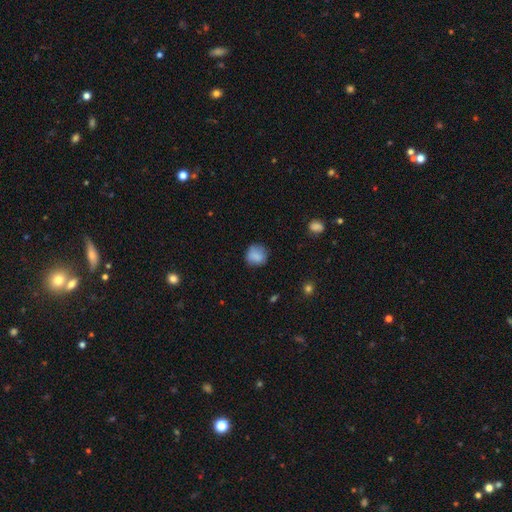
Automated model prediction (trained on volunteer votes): smooth_or_featured: smooth (p=0.83) [alt: star or artifact p=0.09]
how_rounded: round (p=0.81) [alt: in between p=0.18]
merging: none (p=0.76) [alt: minor disturbance p=0.17]